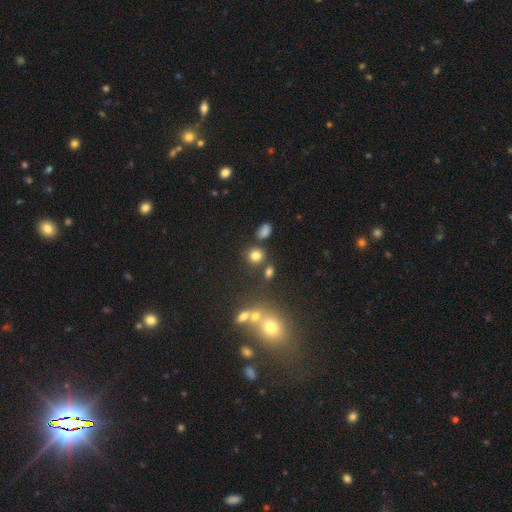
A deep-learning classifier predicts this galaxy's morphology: smooth_or_featured: smooth (p=0.76) [alt: star or artifact p=0.16]
how_rounded: round (p=0.83) [alt: in between p=0.16]
merging: none (p=0.75) [alt: merger p=0.11]